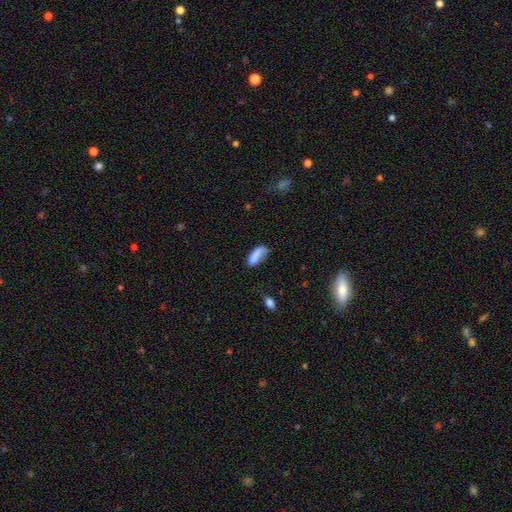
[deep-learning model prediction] Overall: smooth (76%). How rounded: in between (79%). Merging: none (46%; minor disturbance 29%).